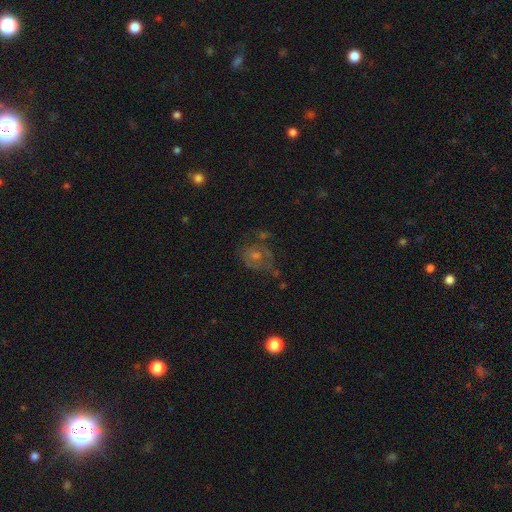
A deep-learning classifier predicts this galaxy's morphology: type=featured or disk (53%); edge-on=no (96%); bar=no (84%); spiral arms=yes (58%); bulge=moderate (50%); merging=none (50%).